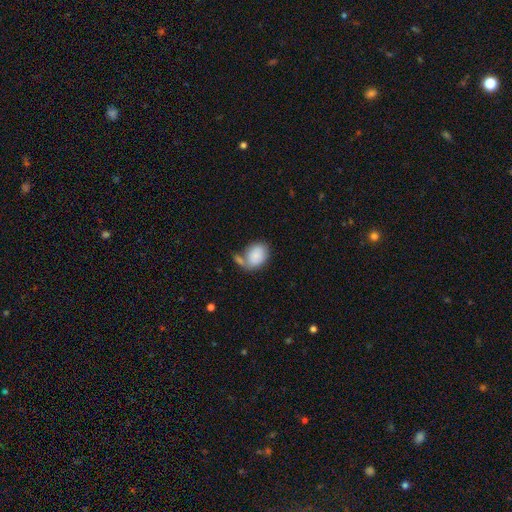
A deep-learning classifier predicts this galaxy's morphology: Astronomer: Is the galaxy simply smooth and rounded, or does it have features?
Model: smooth — 83%.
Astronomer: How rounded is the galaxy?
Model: in between — 73%.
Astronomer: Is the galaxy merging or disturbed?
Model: none — 42% (runner-up: merger, 30%).